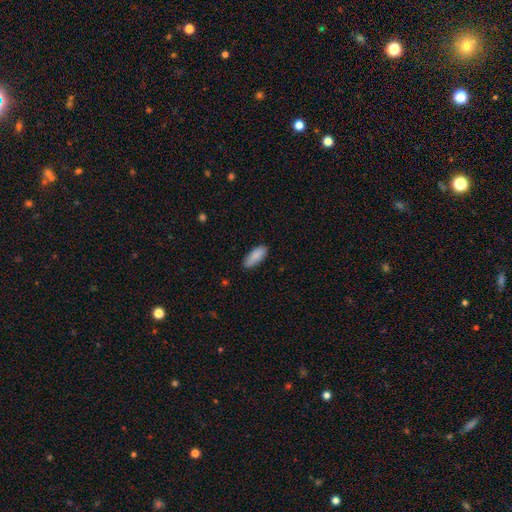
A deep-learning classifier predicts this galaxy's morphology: The model was most divided on "how rounded": in between: 76%, cigar-shaped: 22%, round: 2%. More confident: smooth or featured — smooth (88%); merging — none (86%).